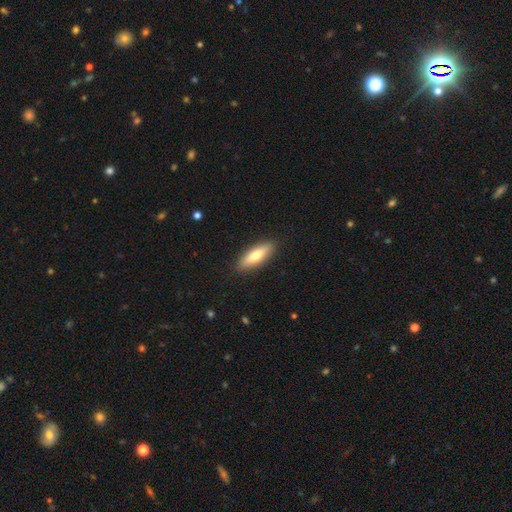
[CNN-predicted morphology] A smooth galaxy with no disk features (68%) that is cigar-shaped (51%).

Vote fractions:
- Smooth or featured? smooth: 68% / featured or disk: 26% / star or artifact: 6%
- How rounded? cigar-shaped: 51% / in between: 47% / round: 2%
- Merging? none: 89% / minor disturbance: 8% / major disturbance: 2% / merger: 1%